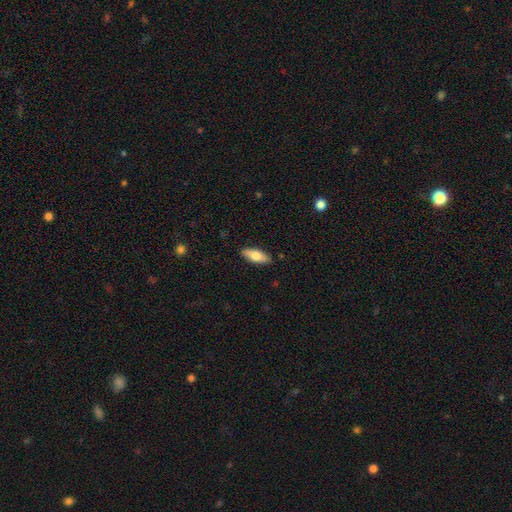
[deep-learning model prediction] The model was most divided on "how rounded": in between: 70%, cigar-shaped: 27%, round: 2%. More confident: merging — none (88%); smooth or featured — smooth (71%).